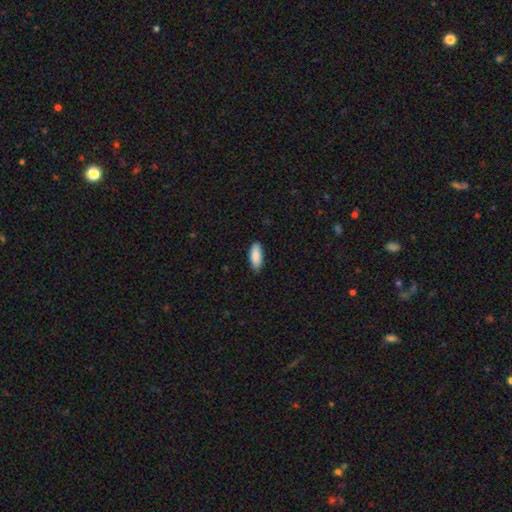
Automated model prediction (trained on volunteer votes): Smooth or featured: smooth — 88% (featured or disk — 6%)
How rounded: in between — 82% (cigar-shaped — 17%)
Merging: none — 87% (minor disturbance — 10%)